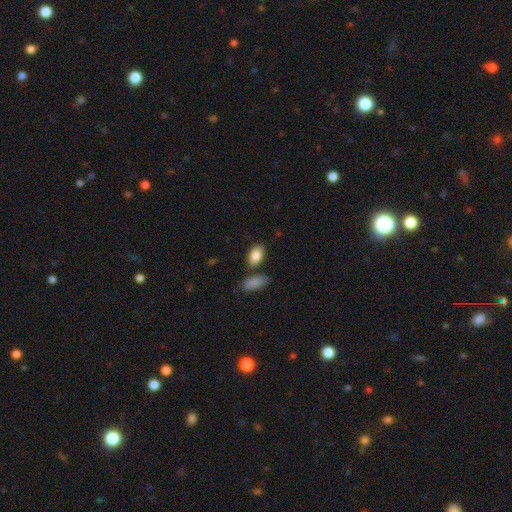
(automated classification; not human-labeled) smooth 87%, star or artifact 7%, featured or disk 7%. Down the decision tree: how rounded — in between (90%); merging — none (74%).